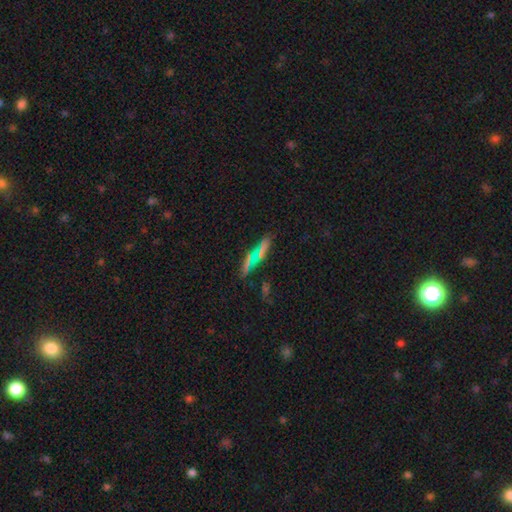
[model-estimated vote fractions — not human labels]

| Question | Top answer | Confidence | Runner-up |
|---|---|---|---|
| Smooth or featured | smooth | 60% | star or artifact (24%) |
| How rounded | cigar-shaped | 52% | in between (39%) |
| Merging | none | 79% | minor disturbance (13%) |